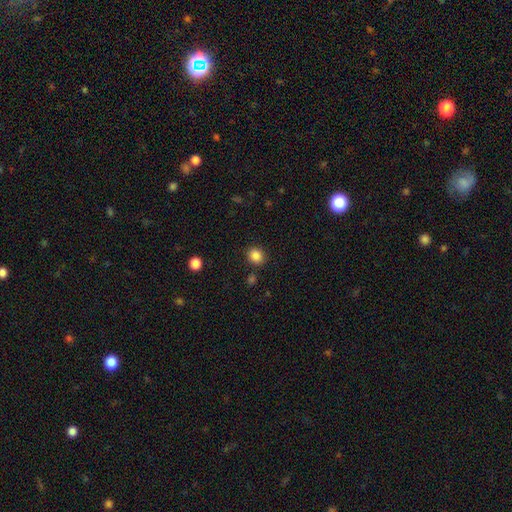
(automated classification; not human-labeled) A smooth galaxy with no disk features (85%) that is round (72%). Merging: none (85%).